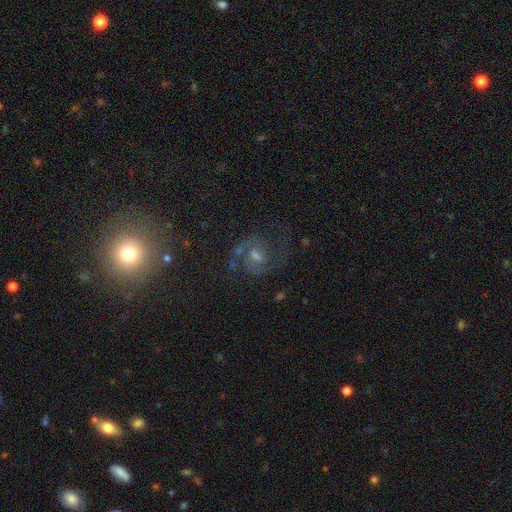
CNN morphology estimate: Smooth or featured? featured or disk (70%)
Edge-on disk? no (97%)
Bar? no (49%)
Spiral arms? yes (91%)
Spiral winding? medium (55%)
Spiral arm count? 2 (84%)
Bulge size? moderate (55%)
Merging? none (65%)